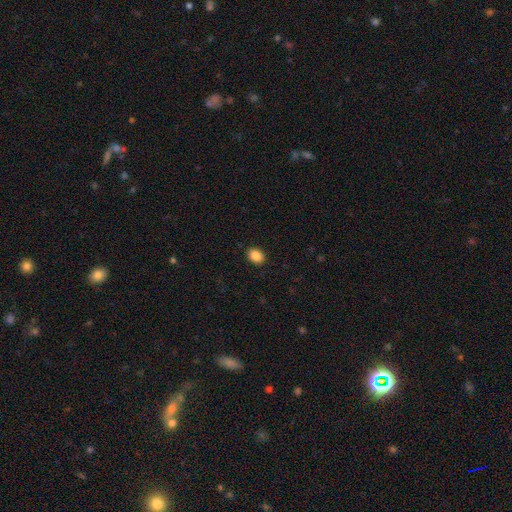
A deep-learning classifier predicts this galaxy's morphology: Smooth or featured?
  - smooth: 87% *
  - star or artifact: 9%
  - featured or disk: 4%
How rounded?
  - in between: 56% *
  - round: 43%
  - cigar-shaped: 1%
Merging?
  - none: 90% *
  - minor disturbance: 7%
  - major disturbance: 2%
  - merger: 1%